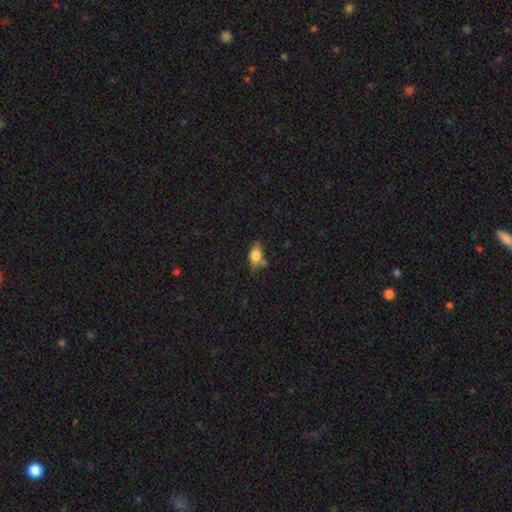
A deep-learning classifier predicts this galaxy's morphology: type=smooth (69%); roundness=in between (78%); merging=none (53%).